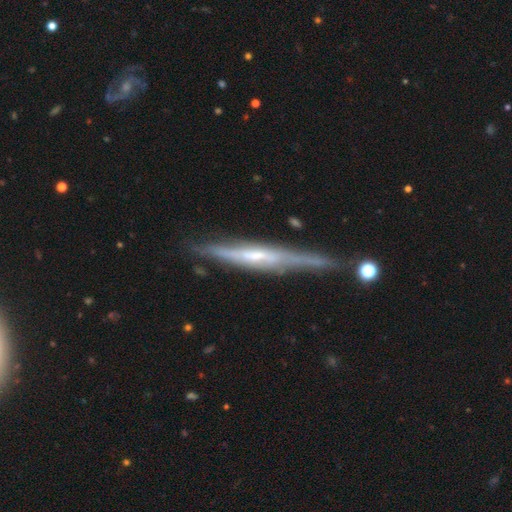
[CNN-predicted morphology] Q: Smooth or featured?
A: featured or disk (77%); runner-up: smooth (17%)
Q: Edge-on disk?
A: yes (93%); runner-up: no (7%)
Q: Edge-on bulge?
A: none (43%); runner-up: rounded (38%)
Q: Merging?
A: none (71%); runner-up: minor disturbance (21%)